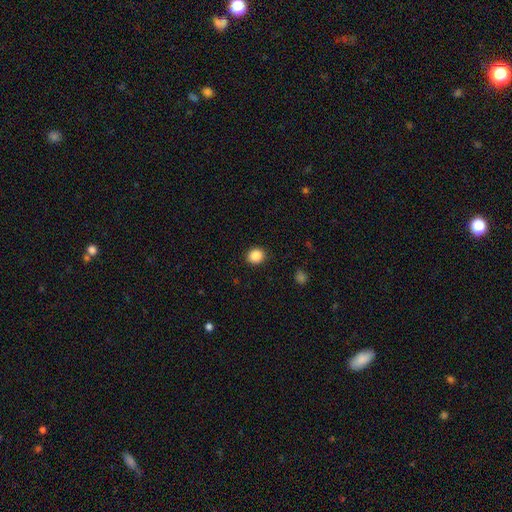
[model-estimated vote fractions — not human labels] smooth-or-featured: smooth: 87% | star or artifact: 10% | featured or disk: 3%
  how-rounded: round: 80% | in between: 19% | cigar-shaped: 1%
  merging: none: 90% | minor disturbance: 6% | major disturbance: 2% | merger: 1%